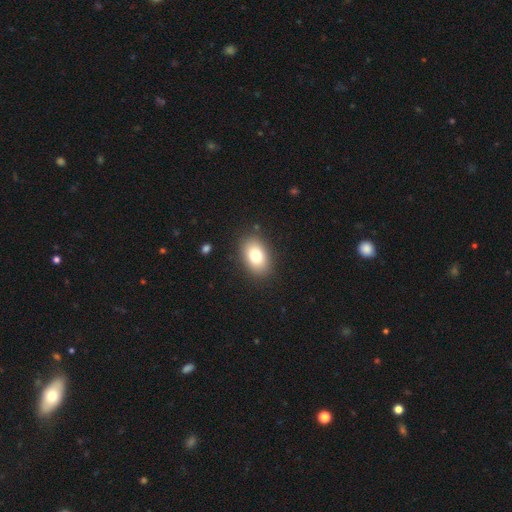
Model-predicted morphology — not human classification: smooth 79%, featured or disk 12%, star or artifact 9%. Down the decision tree: how rounded — in between (85%); merging — none (87%).